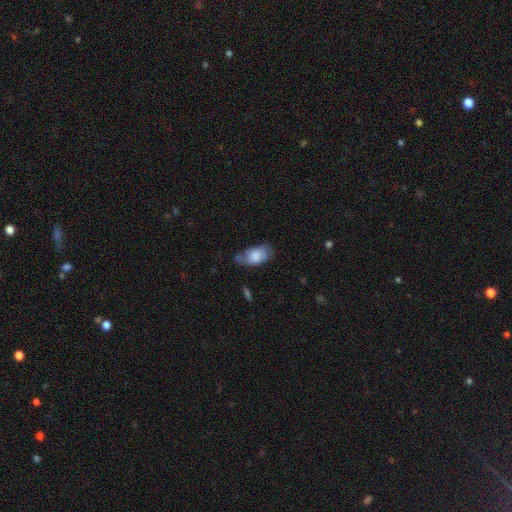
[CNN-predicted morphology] Q: Smooth or featured?
A: smooth (76%); runner-up: featured or disk (17%)
Q: How rounded?
A: in between (93%); runner-up: round (4%)
Q: Merging?
A: none (48%); runner-up: minor disturbance (36%)